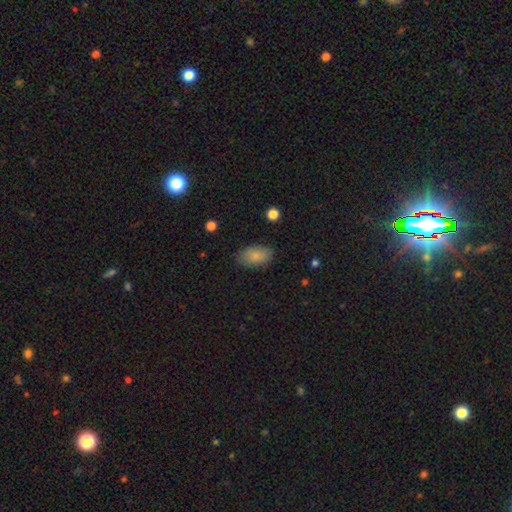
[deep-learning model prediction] The model was most divided on "merging": none: 83%, minor disturbance: 13%, major disturbance: 3%, merger: 1%. More confident: how rounded — in between (92%); smooth or featured — smooth (85%).